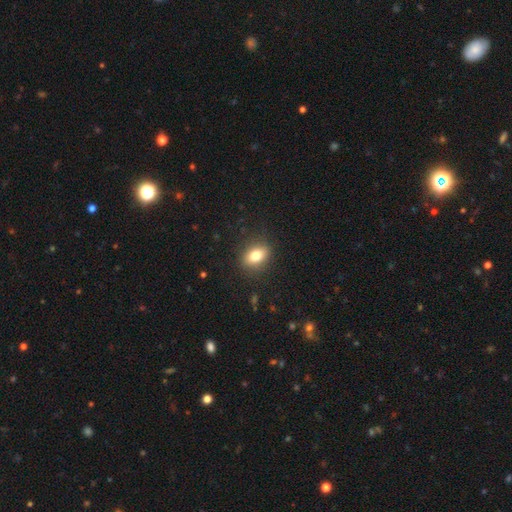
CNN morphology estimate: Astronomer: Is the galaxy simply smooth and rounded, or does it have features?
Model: smooth — 79%.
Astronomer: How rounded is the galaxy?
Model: in between — 70%.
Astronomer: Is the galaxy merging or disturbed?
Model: none — 87%.